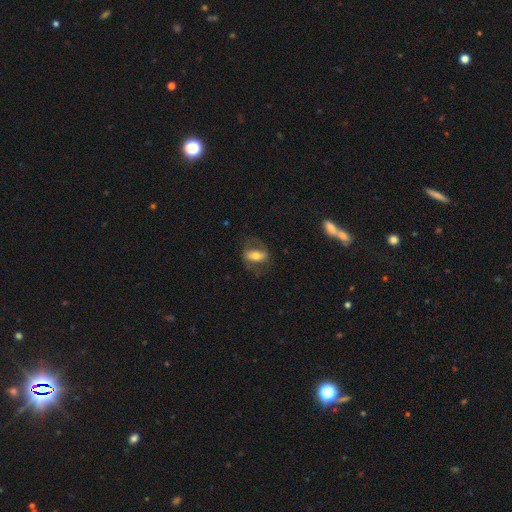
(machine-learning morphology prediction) smooth_or_featured: smooth (p=0.47) [alt: featured or disk p=0.45]
merging: none (p=0.62) [alt: minor disturbance p=0.19]